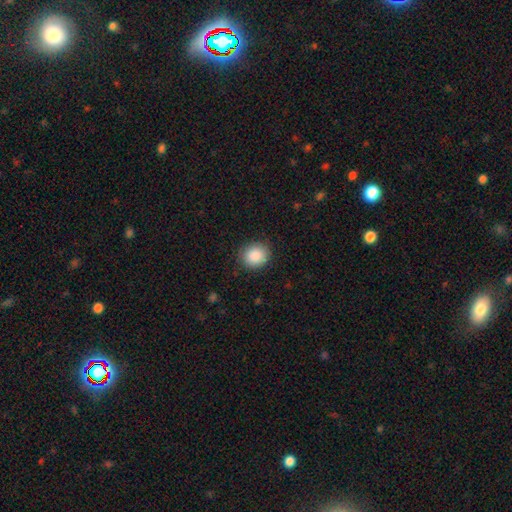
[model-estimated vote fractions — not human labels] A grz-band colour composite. It shows a smooth galaxy with no disk features (89%) that is round (74%). Merging: none (88%).